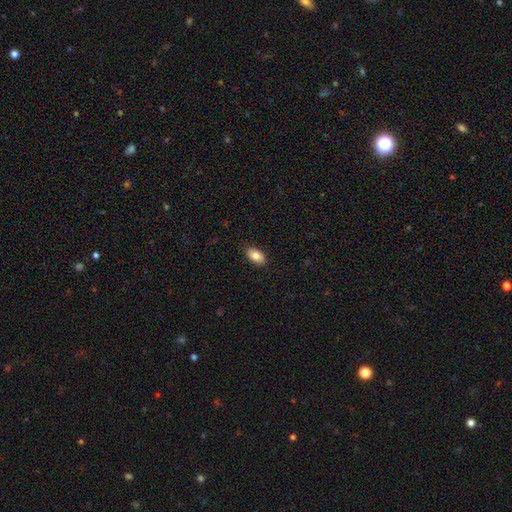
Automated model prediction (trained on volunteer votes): This appears to be a smooth galaxy with no disk features (84%) that is in between round and cigar-shaped (93%). Merging: none (88%).